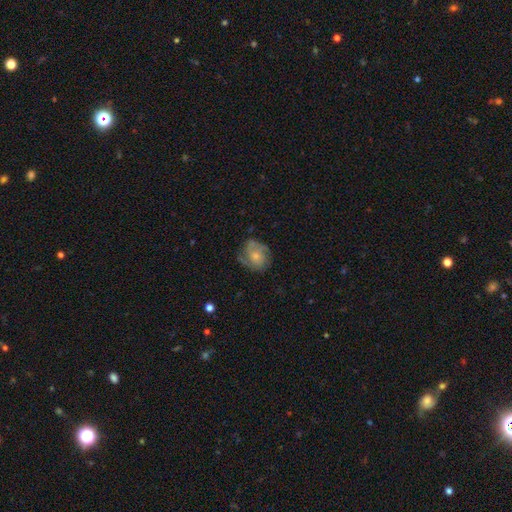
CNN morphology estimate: smooth-or-featured: featured or disk: 62% | smooth: 31% | star or artifact: 7%
  disk-edge-on: no: 97% | yes: 3%
    bar: no: 75% | weak: 22% | strong: 3%
    has-spiral-arms: yes: 86% | no: 14%
      spiral-winding: tight: 42% (tied) | medium: 42% (tied) | loose: 16%
      spiral-arm-count: 2: 52% | can't tell: 22% | 3: 15% | 1: 5% | 4: 3% | more than 4: 3%
    bulge-size: small: 42% | moderate: 41% | none: 9% | large: 7% | dominant: 2%
  merging: none: 64% | minor disturbance: 23% | major disturbance: 11% | merger: 2%